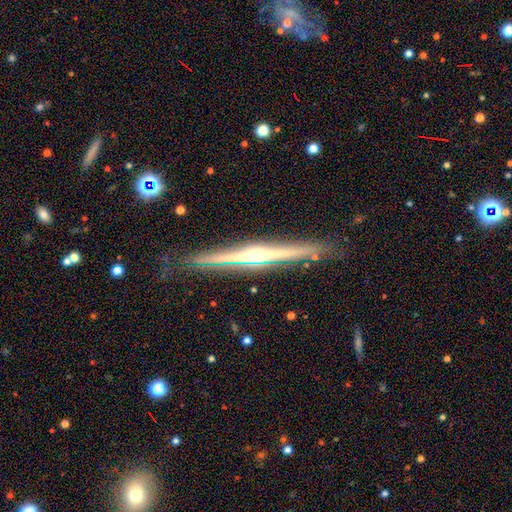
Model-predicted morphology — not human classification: Overall: featured or disk (85%). Edge-on disk: yes (98%). Edge-on bulge: rounded (85%). Merging: none (86%).